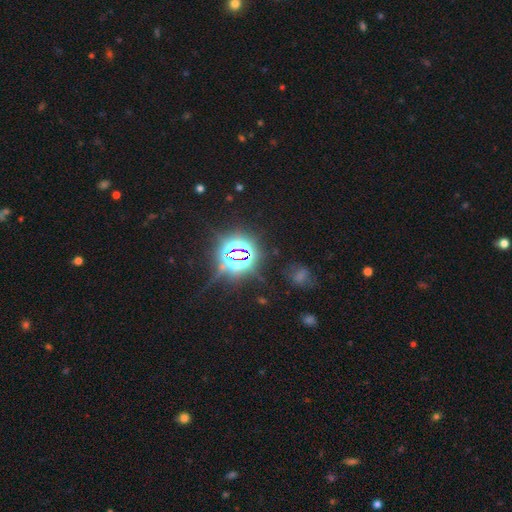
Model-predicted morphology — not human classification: Smooth or featured? Predicted: star or artifact (p=0.81).